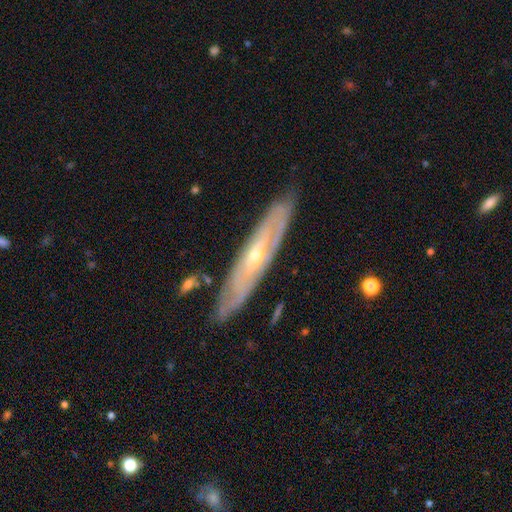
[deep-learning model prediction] This appears to be a featured or disk galaxy (78%). Merging: none (82%).